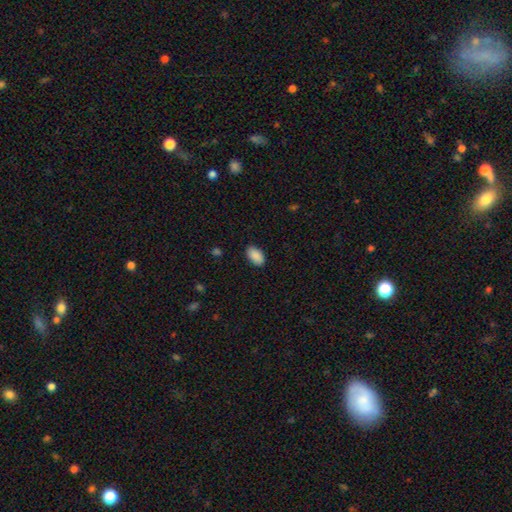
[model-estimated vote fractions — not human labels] Smooth or featured?
  - smooth: 90% *
  - star or artifact: 7%
  - featured or disk: 3%
How rounded?
  - in between: 94% *
  - round: 4%
  - cigar-shaped: 2%
Merging?
  - none: 87% *
  - minor disturbance: 10%
  - major disturbance: 2%
  - merger: 1%